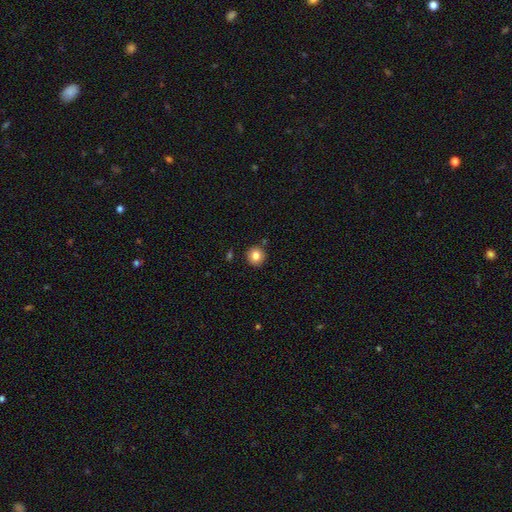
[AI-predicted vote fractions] smooth_or_featured: smooth (p=0.82) [alt: star or artifact p=0.10]
how_rounded: round (p=0.93) [alt: in between p=0.06]
merging: none (p=0.88) [alt: minor disturbance p=0.07]